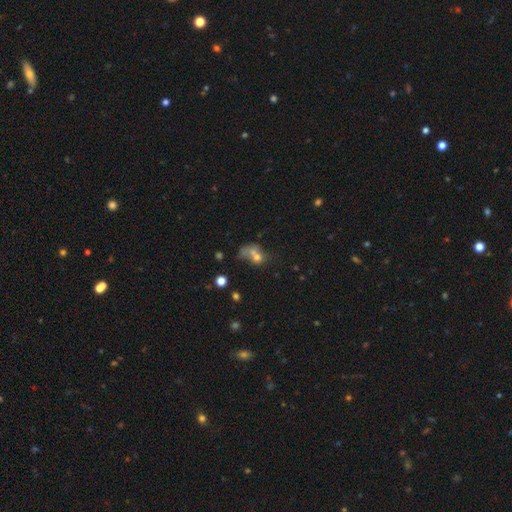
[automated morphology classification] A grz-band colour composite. It shows a smooth galaxy with no disk features (59%) that is round (49%, tied with in between). Merging: merger (61%).